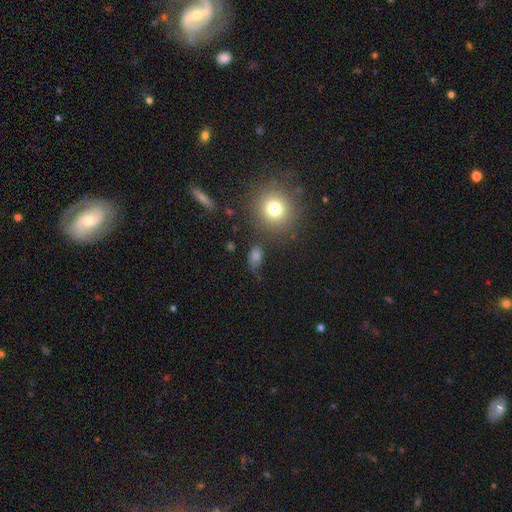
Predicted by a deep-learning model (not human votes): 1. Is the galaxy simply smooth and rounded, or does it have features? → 65% smooth, 23% star or artifact, 12% featured or disk.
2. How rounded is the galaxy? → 58% in between, 38% round, 5% cigar-shaped.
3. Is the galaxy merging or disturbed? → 65% none, 18% minor disturbance, 11% major disturbance, 6% merger.